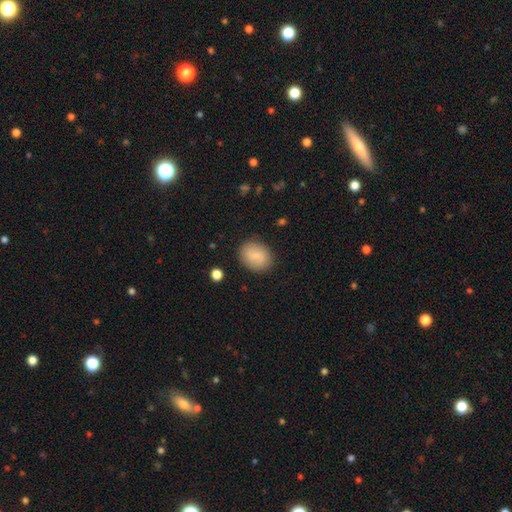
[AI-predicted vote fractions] Overall: smooth (78%). How rounded: in between (53%; round 46%). Merging: none (85%).